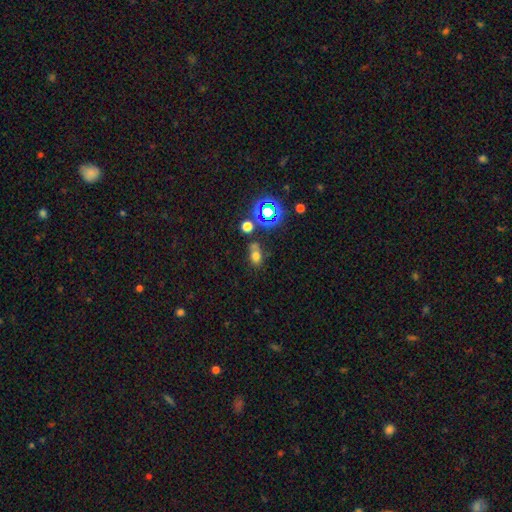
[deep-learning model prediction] Smooth or featured: smooth — 65% (star or artifact — 25%)
How rounded: in between — 64% (round — 34%)
Merging: none — 52% (merger — 22%)